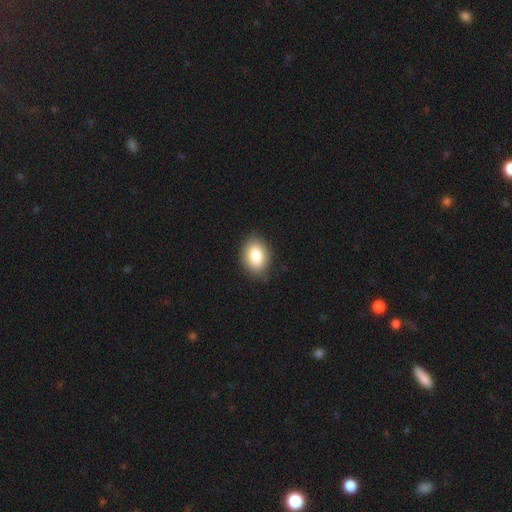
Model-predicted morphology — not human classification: smooth-or-featured: smooth: 85% | star or artifact: 8% | featured or disk: 7%
  how-rounded: in between: 76% | round: 23% | cigar-shaped: 1%
  merging: none: 85% | minor disturbance: 11% | major disturbance: 2% | merger: 1%